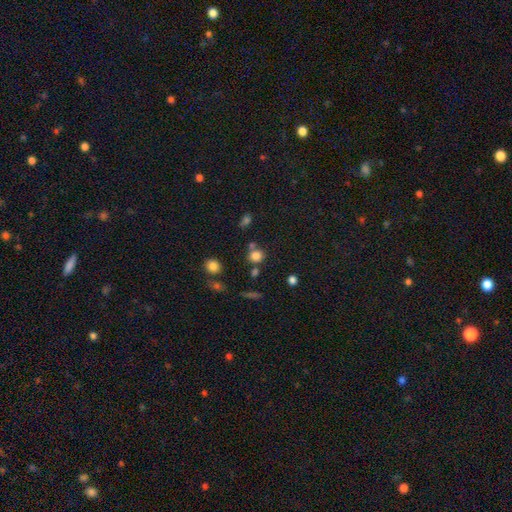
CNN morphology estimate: Smooth or featured: smooth — 78% (star or artifact — 15%)
How rounded: round — 83% (in between — 16%)
Merging: none — 64% (merger — 20%)